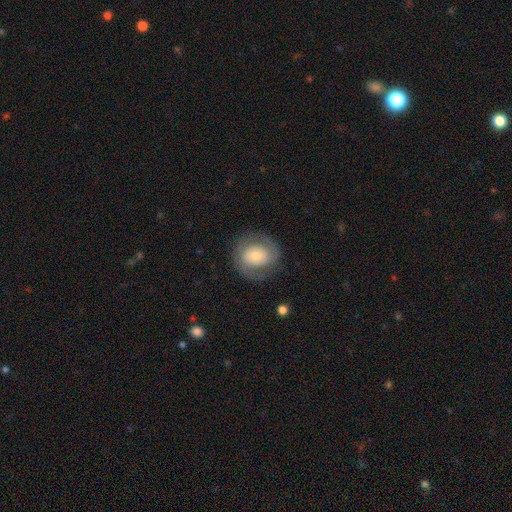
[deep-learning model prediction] This is possibly a featured or disk galaxy (51%). It is clearly not viewed edge-on (97%). Merging: likely none (77%).